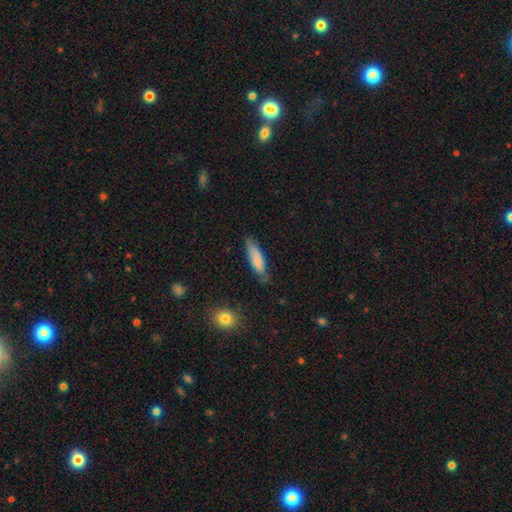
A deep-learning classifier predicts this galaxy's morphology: A smooth galaxy with no disk features (75%) that is cigar-shaped (68%). Merging: none (73%).